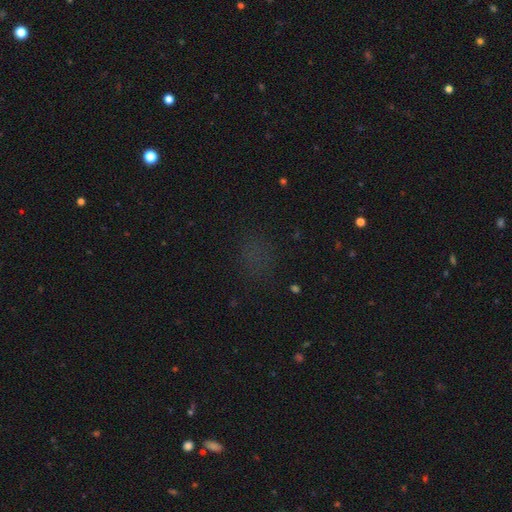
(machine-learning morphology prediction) Overall: smooth (46%; star or artifact 43%). Merging: none (76%).